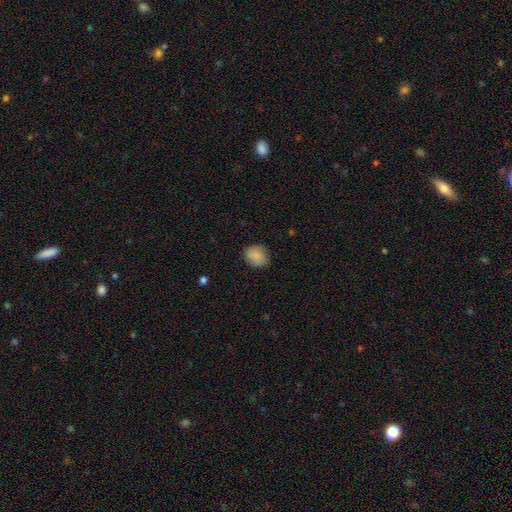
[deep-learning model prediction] Overall: smooth (86%). How rounded: round (68%; in between 31%). Merging: none (78%).